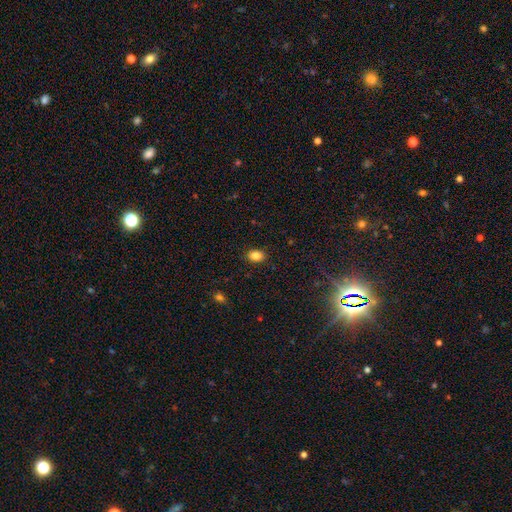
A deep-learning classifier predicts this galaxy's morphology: type=smooth (86%); roundness=in between (74%); merging=none (88%).